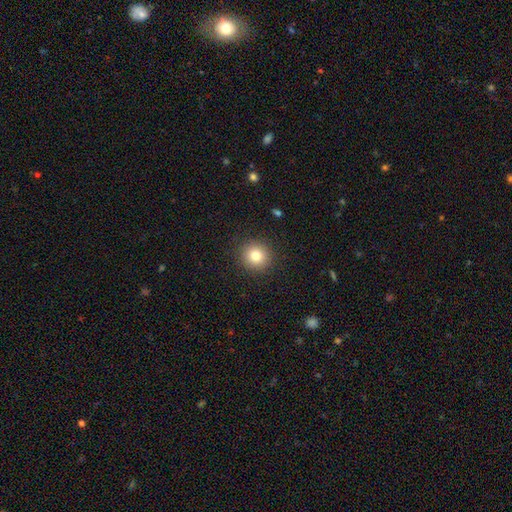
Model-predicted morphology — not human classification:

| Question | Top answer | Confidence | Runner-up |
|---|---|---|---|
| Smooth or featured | smooth | 81% | star or artifact (11%) |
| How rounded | round | 92% | in between (7%) |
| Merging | none | 91% | minor disturbance (6%) |